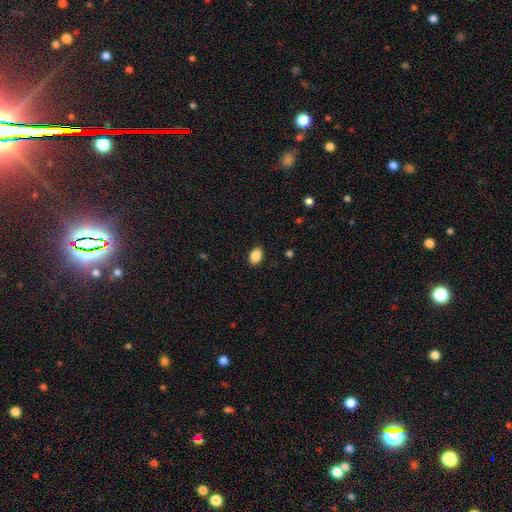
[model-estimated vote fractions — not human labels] This is clearly a smooth galaxy (88%). How rounded: clearly in between (85%). Merging: clearly none (88%).